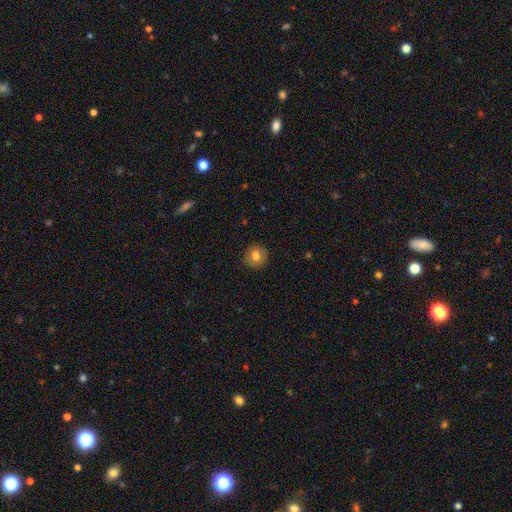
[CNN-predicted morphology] smooth-or-featured: smooth: 76% | featured or disk: 15% | star or artifact: 9%
  how-rounded: round: 93% | in between: 6% | cigar-shaped: 1%
  merging: none: 90% | minor disturbance: 7% | major disturbance: 2% | merger: 1%